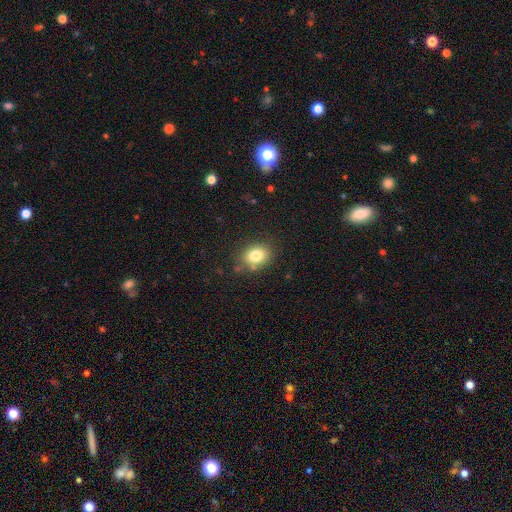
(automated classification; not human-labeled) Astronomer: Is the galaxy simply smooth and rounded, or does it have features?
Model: smooth — 80%.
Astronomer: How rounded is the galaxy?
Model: in between — 61% (runner-up: round, 38%).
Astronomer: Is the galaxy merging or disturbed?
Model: none — 77%.